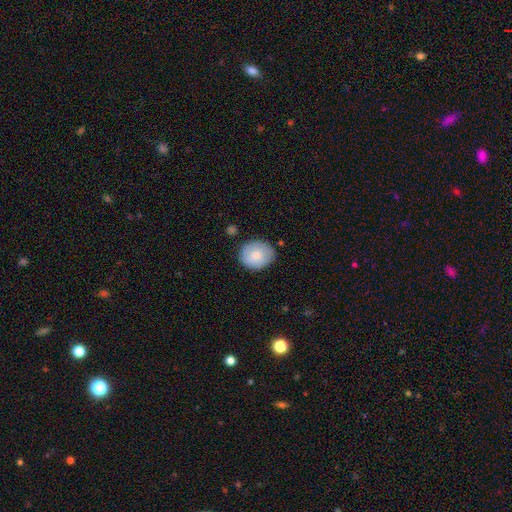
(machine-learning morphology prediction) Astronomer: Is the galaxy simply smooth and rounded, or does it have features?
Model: smooth — 79%.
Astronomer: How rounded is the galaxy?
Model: round — 66%.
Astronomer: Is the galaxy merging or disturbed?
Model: none — 79%.